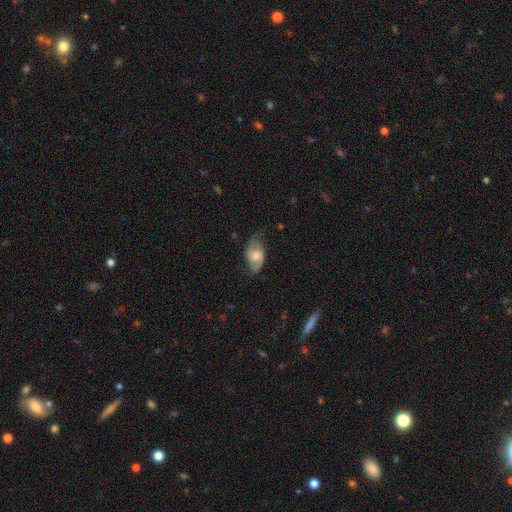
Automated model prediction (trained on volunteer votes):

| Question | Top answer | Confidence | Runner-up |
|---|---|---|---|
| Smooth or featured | featured or disk | 49% | smooth (44%) |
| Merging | none | 56% | minor disturbance (29%) |